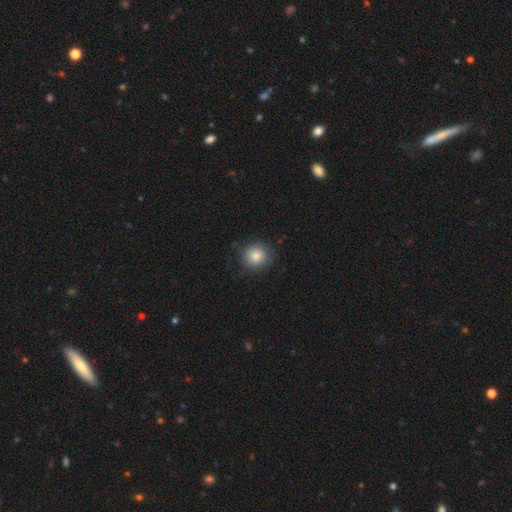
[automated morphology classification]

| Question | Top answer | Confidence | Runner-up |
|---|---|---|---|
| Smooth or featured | smooth | 83% | star or artifact (10%) |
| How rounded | round | 91% | in between (9%) |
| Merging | none | 85% | minor disturbance (11%) |